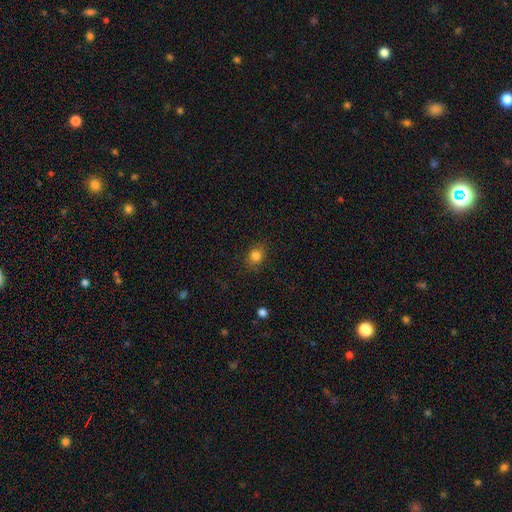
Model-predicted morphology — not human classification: This is clearly a smooth galaxy (83%). How rounded: likely round (65%). Merging: clearly none (84%).